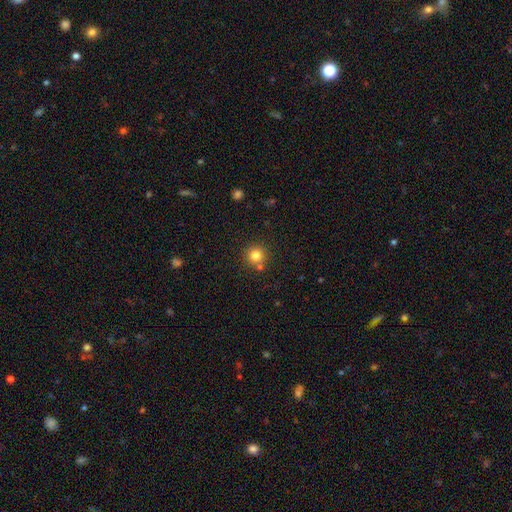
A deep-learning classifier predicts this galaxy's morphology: smooth_or_featured: smooth (p=0.81) [alt: star or artifact p=0.13]
how_rounded: round (p=0.94) [alt: in between p=0.05]
merging: none (p=0.79) [alt: merger p=0.11]